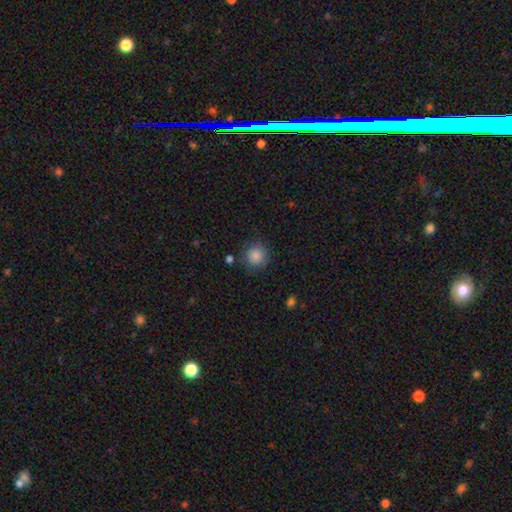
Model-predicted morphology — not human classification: smooth_or_featured: smooth (p=0.87) [alt: star or artifact p=0.09]
how_rounded: round (p=0.93) [alt: in between p=0.06]
merging: none (p=0.84) [alt: minor disturbance p=0.10]